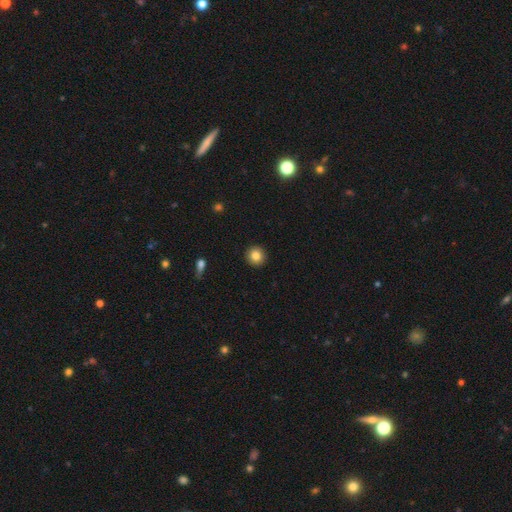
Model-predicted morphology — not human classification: A smooth galaxy with no disk features (84%) that is round (94%).

Vote fractions:
- Smooth or featured? smooth: 84% / star or artifact: 9% / featured or disk: 6%
- How rounded? round: 94% / in between: 5% / cigar-shaped: 1%
- Merging? none: 93% / minor disturbance: 5% / major disturbance: 2% / merger: 1%